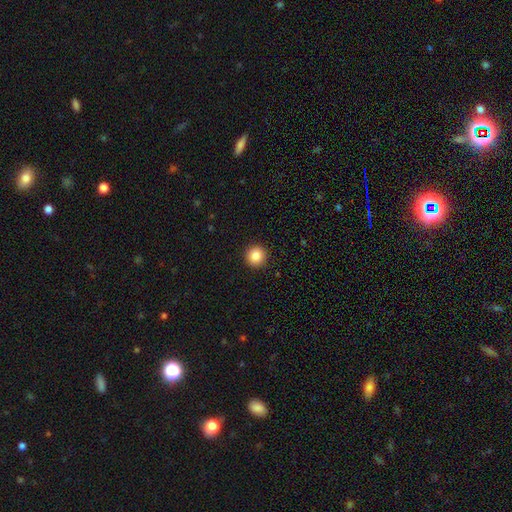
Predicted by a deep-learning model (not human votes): Smooth or featured? smooth (86%)
How rounded? round (95%)
Merging? none (93%)